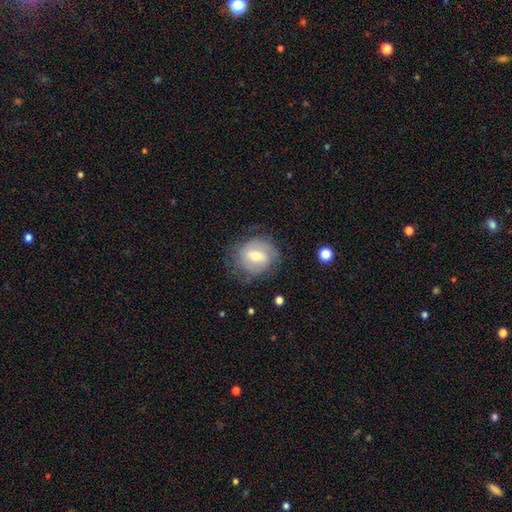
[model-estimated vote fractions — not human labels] Overall: featured or disk (52%; smooth 40%). Edge-on disk: no (95%). Merging: none (67%).